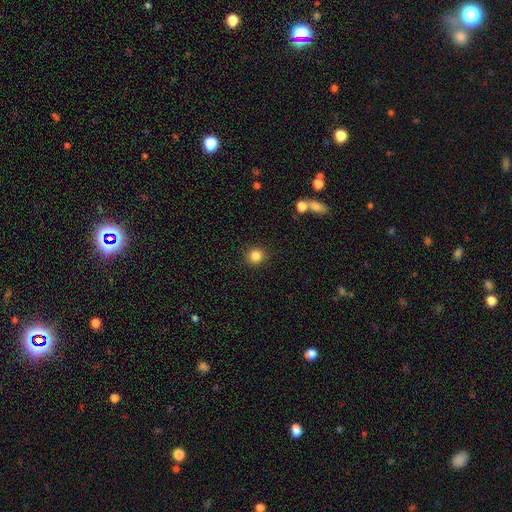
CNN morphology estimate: Q: Smooth or featured?
A: smooth (84%); runner-up: star or artifact (11%)
Q: How rounded?
A: round (91%); runner-up: in between (8%)
Q: Merging?
A: none (91%); runner-up: minor disturbance (6%)